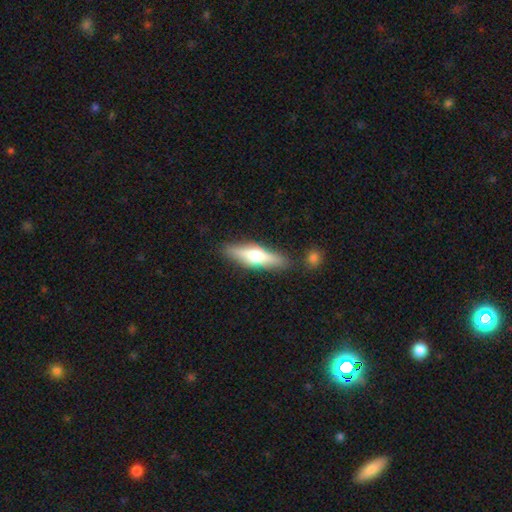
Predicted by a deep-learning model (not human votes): This appears to be a smooth galaxy with no disk features (48%). Merging: none (82%).